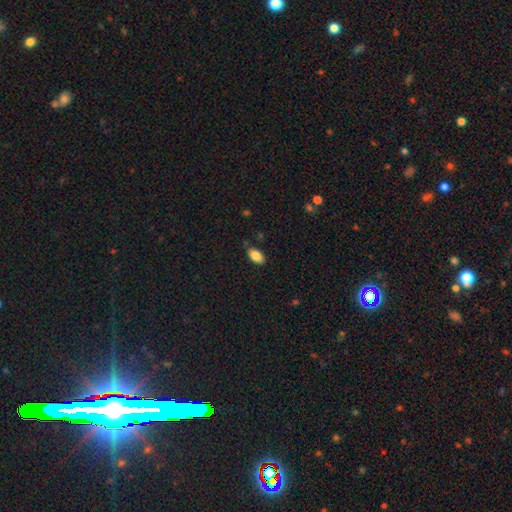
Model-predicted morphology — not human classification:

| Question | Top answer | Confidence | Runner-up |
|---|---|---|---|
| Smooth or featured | smooth | 86% | star or artifact (8%) |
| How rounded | in between | 93% | round (5%) |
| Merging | none | 82% | minor disturbance (14%) |